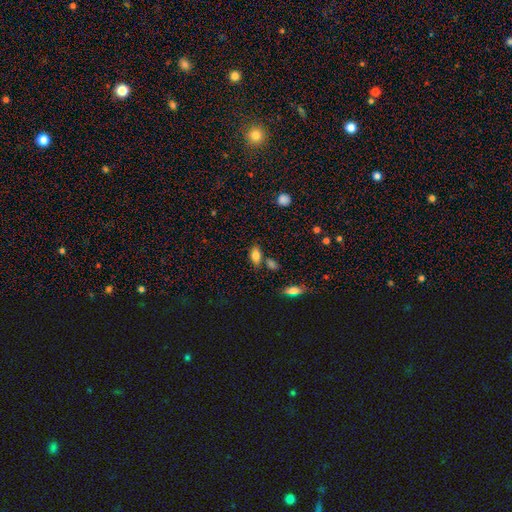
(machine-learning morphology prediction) A smooth galaxy with no disk features (79%) that is in between round and cigar-shaped (86%). Merging: none (70%).